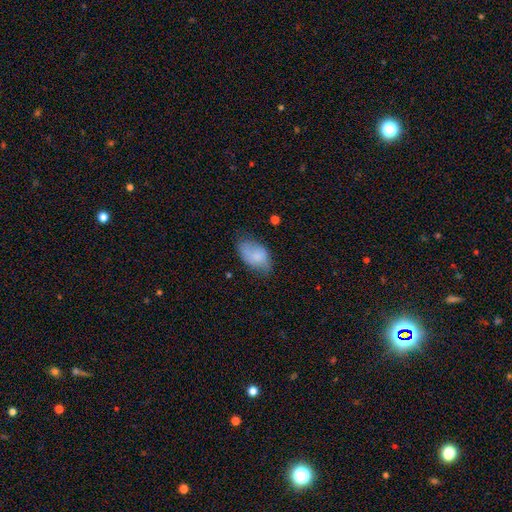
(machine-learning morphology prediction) This appears to be a smooth galaxy with no disk features (76%) that is in between round and cigar-shaped (92%). Merging: none (56%).